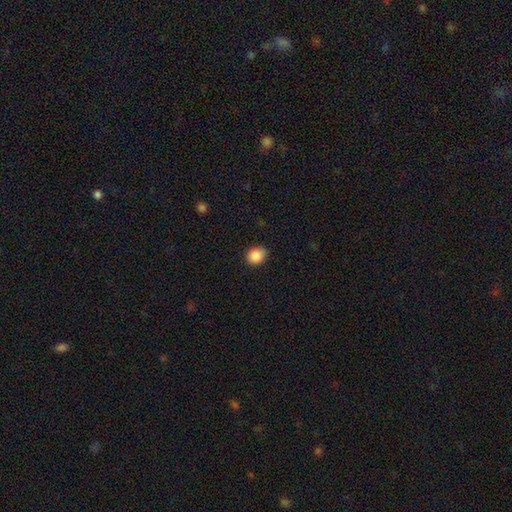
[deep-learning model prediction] Q: Smooth or featured?
A: smooth (87%); runner-up: star or artifact (9%)
Q: How rounded?
A: round (71%); runner-up: in between (28%)
Q: Merging?
A: none (86%); runner-up: minor disturbance (11%)